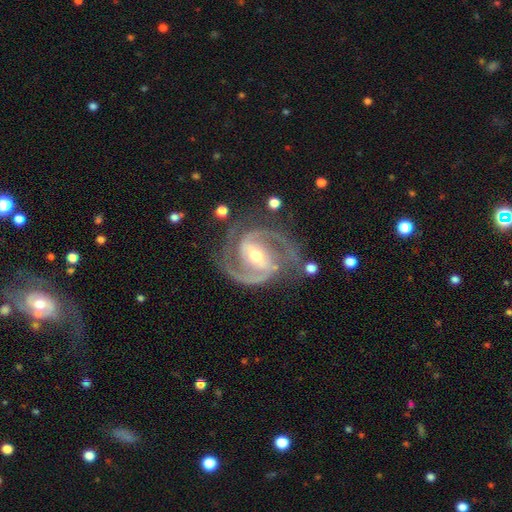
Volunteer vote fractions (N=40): Volunteers were most divided on "bar": strong: 58%, weak: 39%, no: 3%. More confident: spiral arms — yes (100%); edge-on disk — no (97%); smooth or featured — featured or disk (92%); spiral arm count — 2 (83%); bulge size — moderate (69%); merging — none (68%); spiral winding — medium (61%).